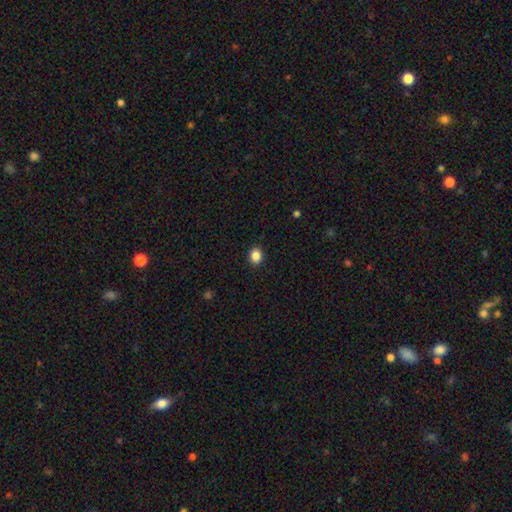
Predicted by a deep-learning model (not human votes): Smooth or featured: smooth — 87% (star or artifact — 10%)
How rounded: round — 61% (in between — 38%)
Merging: none — 91% (minor disturbance — 6%)